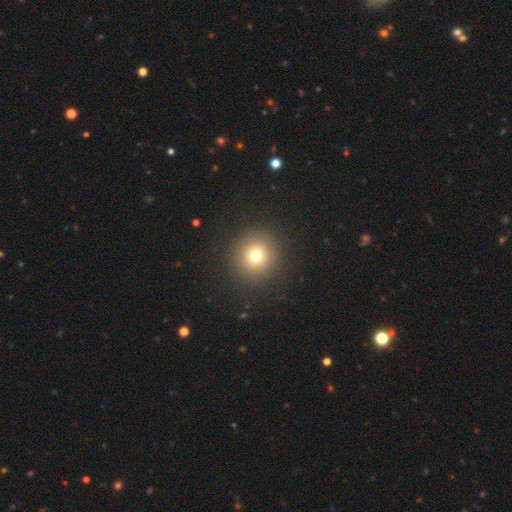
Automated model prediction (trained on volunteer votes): Overall: smooth (74%). How rounded: round (93%). Merging: none (91%).